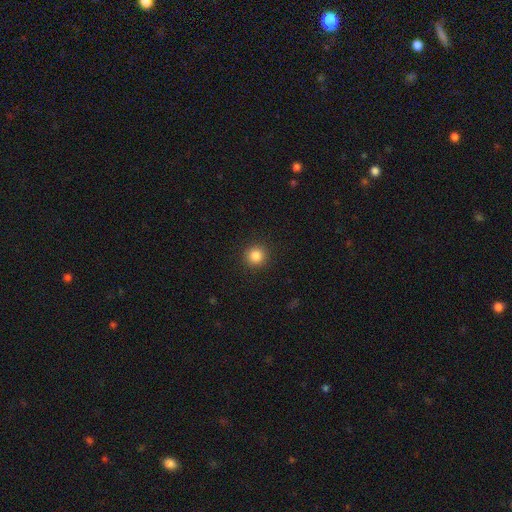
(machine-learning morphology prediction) This is clearly a smooth galaxy (85%). How rounded: clearly round (94%). Merging: clearly none (92%).